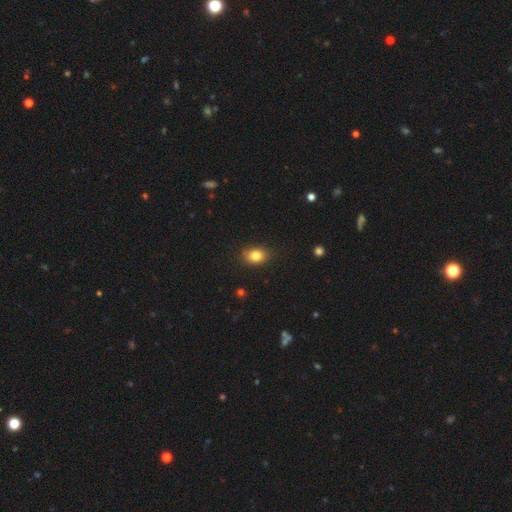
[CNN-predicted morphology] Q: Smooth or featured?
A: smooth (83%); runner-up: star or artifact (10%)
Q: How rounded?
A: in between (68%); runner-up: round (30%)
Q: Merging?
A: none (84%); runner-up: minor disturbance (13%)